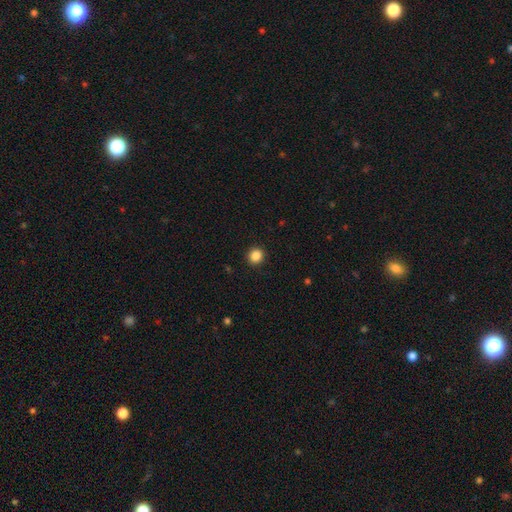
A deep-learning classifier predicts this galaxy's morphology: smooth 87%, star or artifact 10%, featured or disk 3%. Down the decision tree: how rounded — round (92%); merging — none (93%).